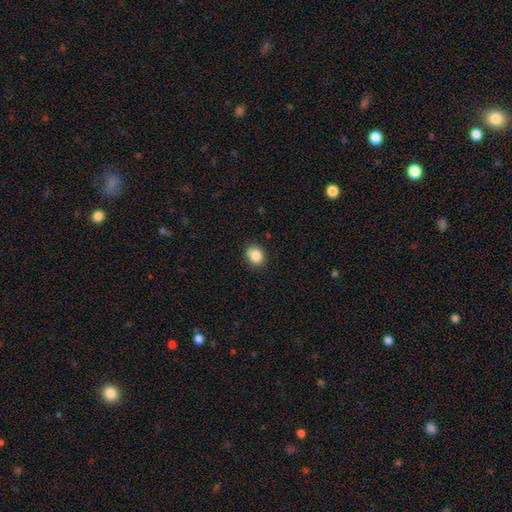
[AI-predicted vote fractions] Overall: smooth (86%). How rounded: round (63%; in between 36%). Merging: none (82%).